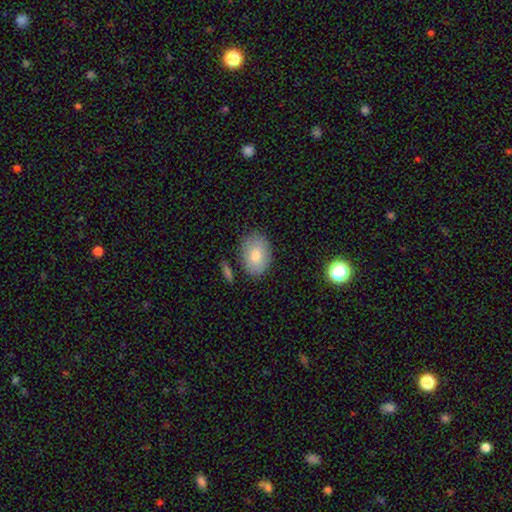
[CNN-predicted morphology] This is likely a smooth galaxy (78%). How rounded: likely in between (80%). Merging: likely none (79%).